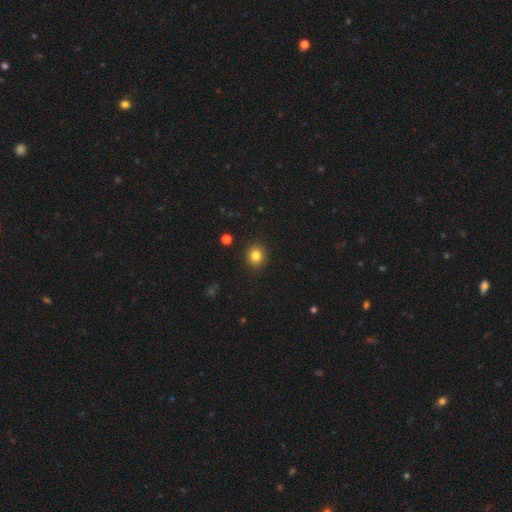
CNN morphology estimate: Smooth or featured? smooth (82%)
How rounded? round (78%)
Merging? none (91%)